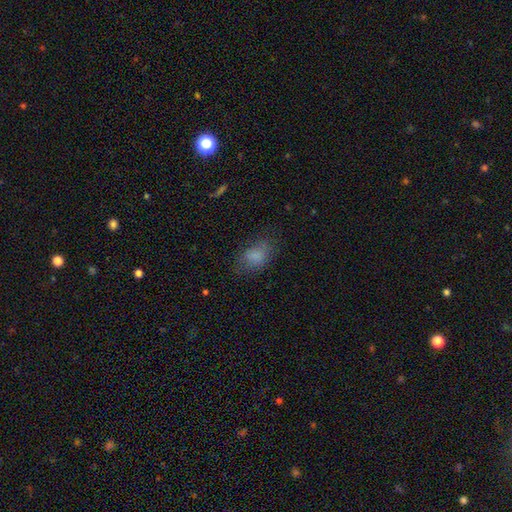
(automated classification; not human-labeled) Smooth or featured? smooth (80%)
How rounded? in between (80%)
Merging? none (67%)